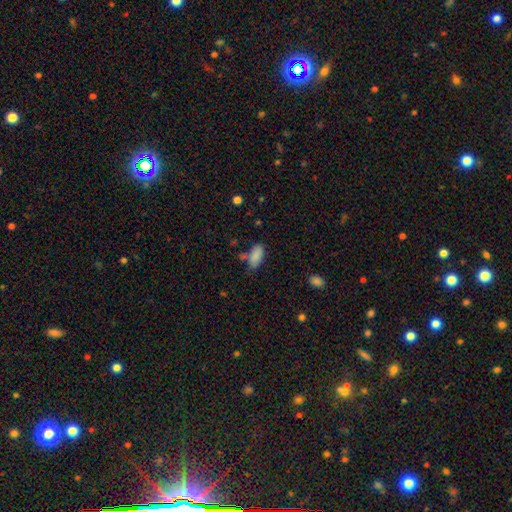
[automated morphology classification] This appears to be a smooth galaxy with no disk features (86%) that is in between round and cigar-shaped (86%). Merging: none (60%).